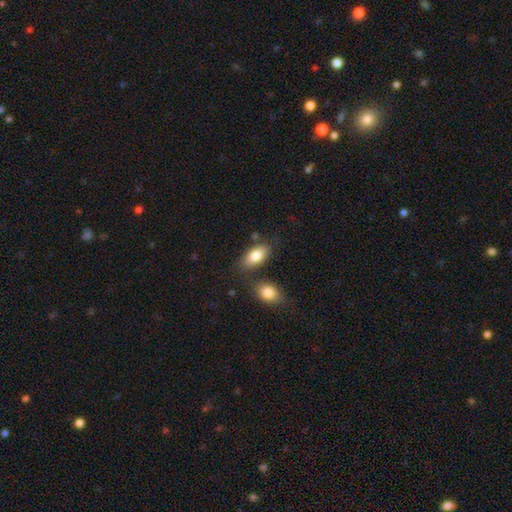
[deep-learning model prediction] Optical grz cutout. It shows a smooth galaxy with no disk features (83%) that is in between round and cigar-shaped (91%). Merging: none (70%).